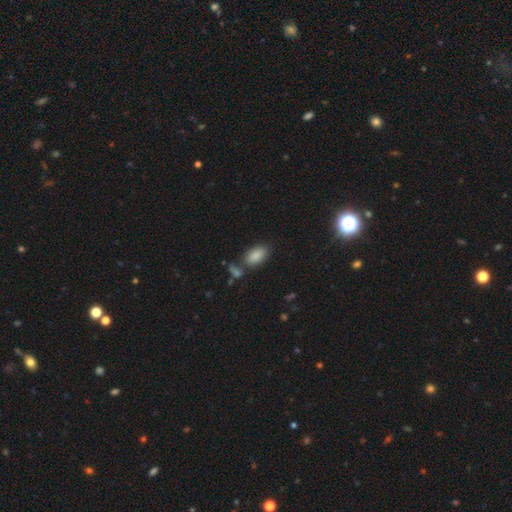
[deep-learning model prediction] Smooth or featured: smooth — 86% (star or artifact — 8%)
How rounded: in between — 93% (round — 4%)
Merging: none — 67% (merger — 15%)